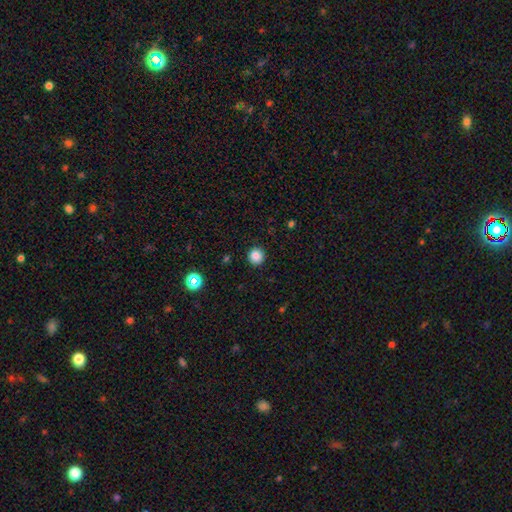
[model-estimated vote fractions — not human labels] A smooth galaxy with no disk features (84%) that is round (94%). Merging: none (91%).